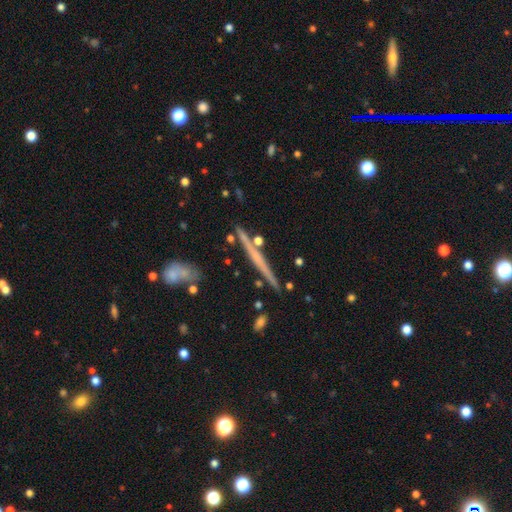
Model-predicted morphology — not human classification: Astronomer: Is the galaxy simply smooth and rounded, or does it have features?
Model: featured or disk — 64%.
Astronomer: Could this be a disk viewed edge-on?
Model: yes — 96%.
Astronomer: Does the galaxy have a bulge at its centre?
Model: none — 65%.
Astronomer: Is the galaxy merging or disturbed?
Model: none — 82%.